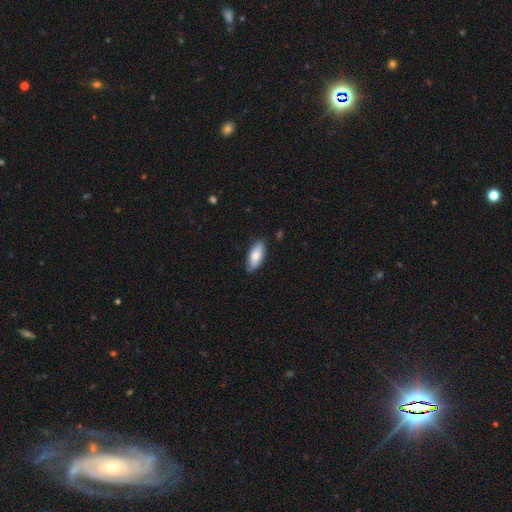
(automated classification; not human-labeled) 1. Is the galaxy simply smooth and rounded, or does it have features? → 77% smooth, 17% featured or disk, 6% star or artifact.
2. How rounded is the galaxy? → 84% in between, 14% cigar-shaped, 2% round.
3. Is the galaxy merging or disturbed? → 83% none, 14% minor disturbance, 2% major disturbance, 1% merger.